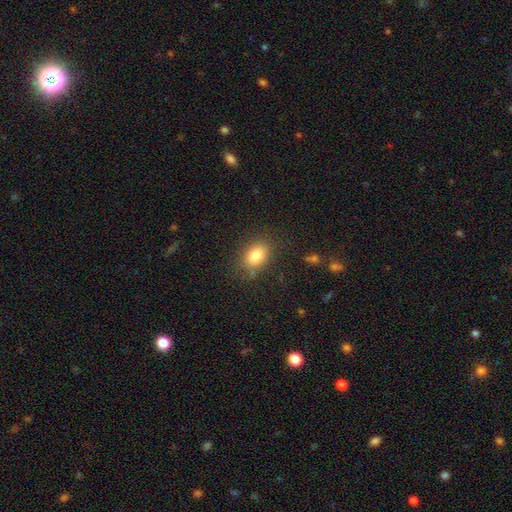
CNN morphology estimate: Overall: smooth (81%). How rounded: in between (72%). Merging: none (81%).